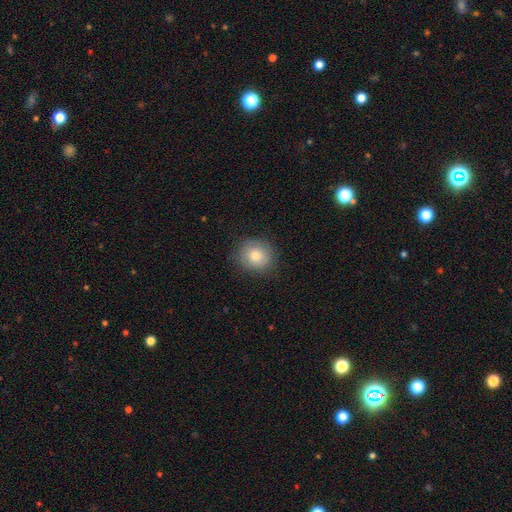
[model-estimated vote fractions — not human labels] Smooth or featured? smooth (72%)
How rounded? round (82%)
Merging? none (81%)